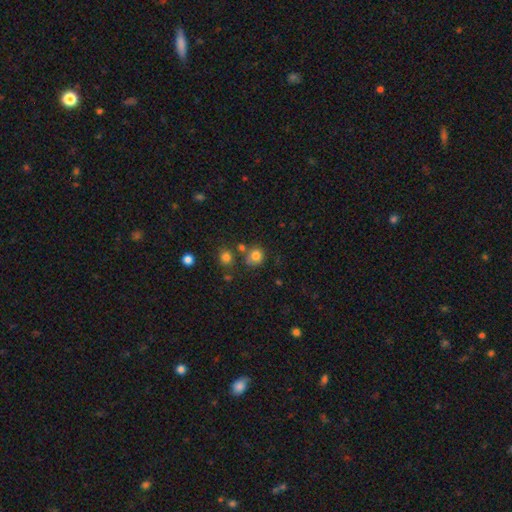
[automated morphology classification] smooth_or_featured: smooth (p=0.80) [alt: star or artifact p=0.13]
how_rounded: round (p=0.81) [alt: in between p=0.18]
merging: none (p=0.66) [alt: minor disturbance p=0.15]